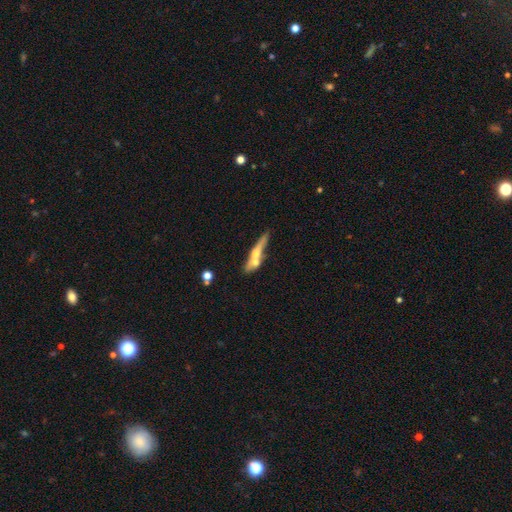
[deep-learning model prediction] smooth_or_featured: featured or disk (p=0.49) [alt: smooth p=0.44]
merging: none (p=0.42) [alt: merger p=0.34]